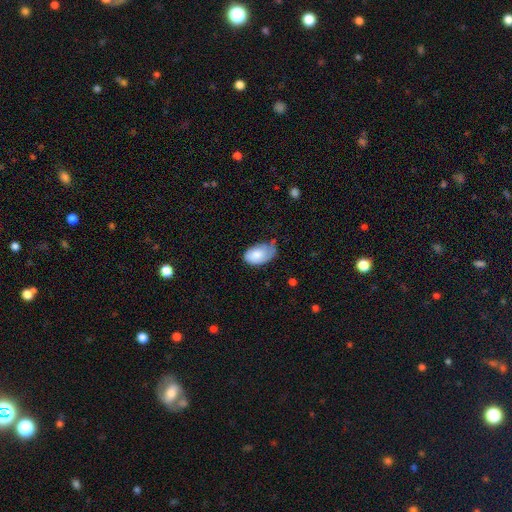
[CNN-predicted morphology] type=smooth (76%); roundness=in between (93%); merging=minor disturbance (43%).